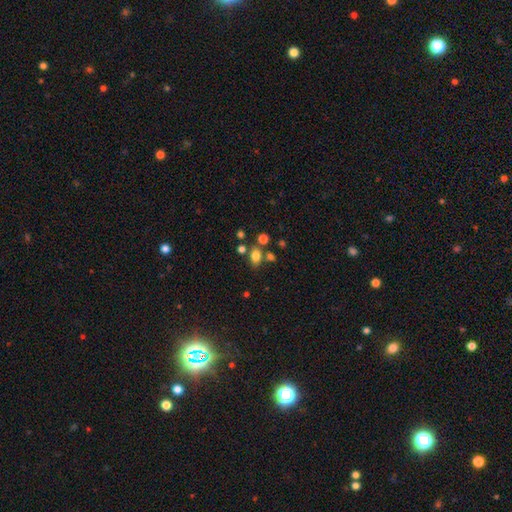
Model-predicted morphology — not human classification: This is likely a smooth galaxy (77%). How rounded: likely in between (72%). Merging: likely none (62%).